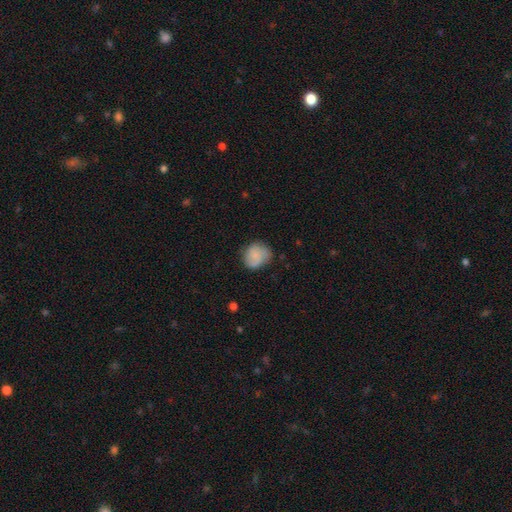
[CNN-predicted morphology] Overall: smooth (71%). How rounded: round (72%). Merging: none (65%; minor disturbance 26%).